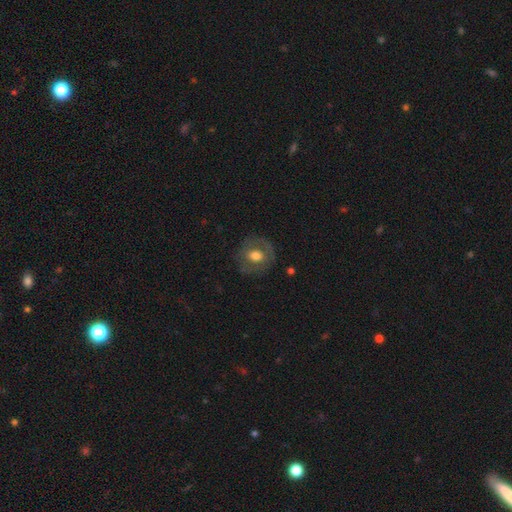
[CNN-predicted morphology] A smooth galaxy with no disk features (51%) that is round (80%).

Vote fractions:
- Smooth or featured? smooth: 51% / featured or disk: 40% / star or artifact: 8%
- How rounded? round: 80% / in between: 19% / cigar-shaped: 1%
- Merging? none: 76% / minor disturbance: 15% / major disturbance: 7% / merger: 1%